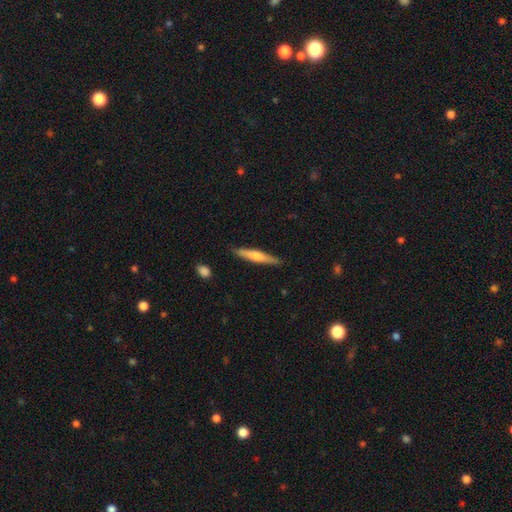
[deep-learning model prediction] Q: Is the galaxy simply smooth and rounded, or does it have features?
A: smooth — 48%.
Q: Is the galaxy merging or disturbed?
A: none — 89%.